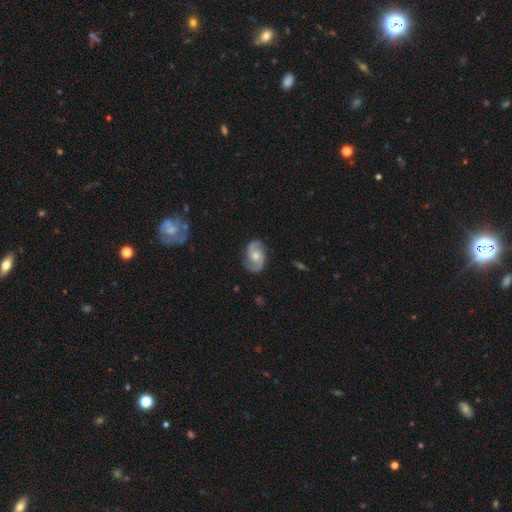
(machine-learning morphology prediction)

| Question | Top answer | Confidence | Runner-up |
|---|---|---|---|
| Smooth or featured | featured or disk | 85% | smooth (10%) |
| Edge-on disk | no | 98% | yes (2%) |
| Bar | no | 63% | weak (31%) |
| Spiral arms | yes | 97% | no (3%) |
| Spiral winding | medium | 55% | tight (27%) |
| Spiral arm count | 2 | 92% | can't tell (3%) |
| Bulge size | moderate | 62% | small (27%) |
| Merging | none | 83% | minor disturbance (12%) |